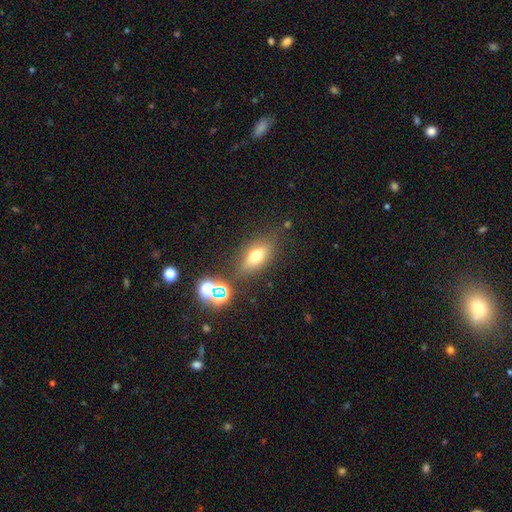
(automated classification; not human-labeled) A smooth galaxy with no disk features (60%) that is in between round and cigar-shaped (70%). Merging: none (76%).